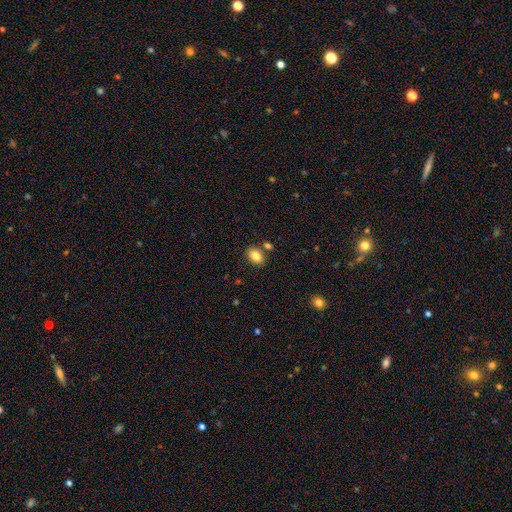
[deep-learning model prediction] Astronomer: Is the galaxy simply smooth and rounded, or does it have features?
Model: smooth — 83%.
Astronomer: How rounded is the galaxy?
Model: in between — 77%.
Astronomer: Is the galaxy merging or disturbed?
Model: none — 79%.